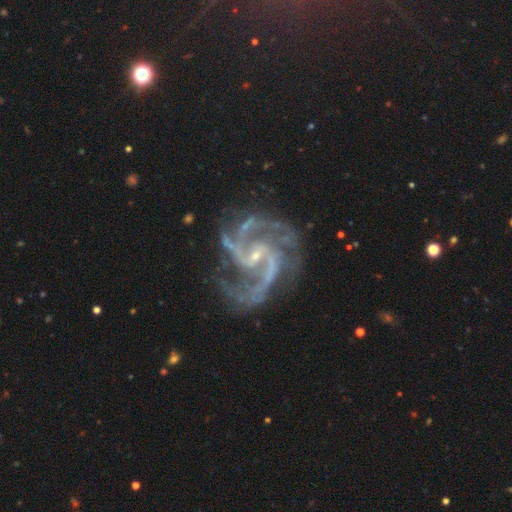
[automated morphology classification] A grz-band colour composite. It shows a featured or disk galaxy (93%) with a weak bar (44%), 2 (48%) medium (64%) spiral arms (99%) and a small central bulge (82%). Merging: none (66%).